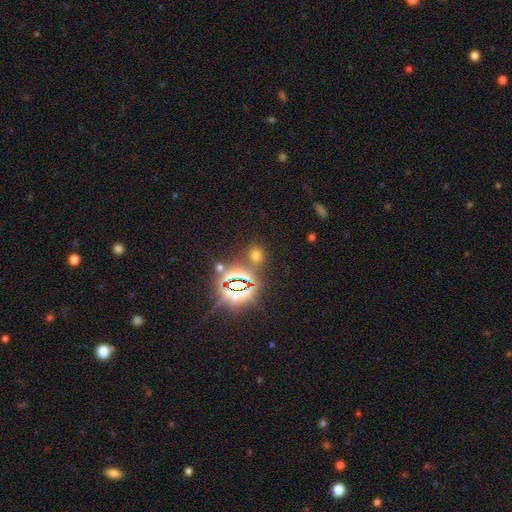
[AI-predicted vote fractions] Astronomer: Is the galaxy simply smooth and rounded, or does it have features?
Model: smooth — 49% (runner-up: star or artifact, 44%).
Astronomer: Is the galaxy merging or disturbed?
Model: none — 79%.